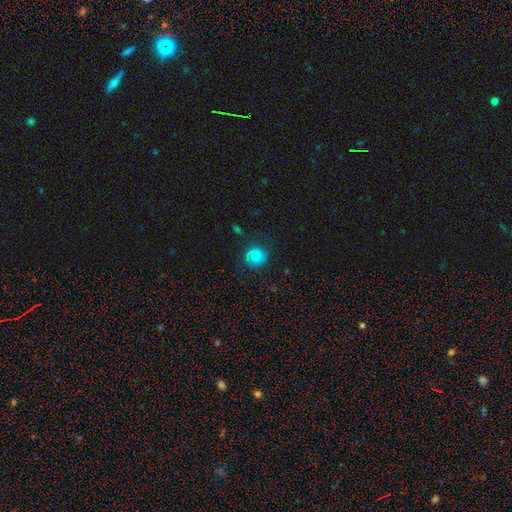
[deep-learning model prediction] A smooth galaxy with no disk features (74%) that is round (86%).

Vote fractions:
- Smooth or featured? smooth: 74% / featured or disk: 17% / star or artifact: 10%
- How rounded? round: 86% / in between: 13% / cigar-shaped: 1%
- Merging? none: 78% / minor disturbance: 15% / major disturbance: 5% / merger: 1%